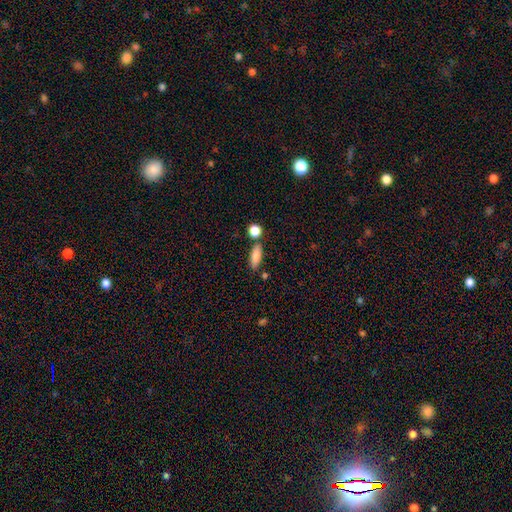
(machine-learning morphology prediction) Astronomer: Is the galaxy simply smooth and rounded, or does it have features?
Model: smooth — 83%.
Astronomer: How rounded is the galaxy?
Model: in between — 65%.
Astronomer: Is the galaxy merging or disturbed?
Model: none — 76%.